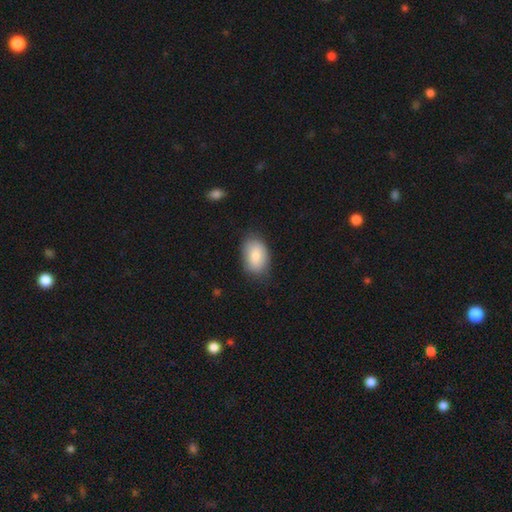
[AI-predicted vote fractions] Overall: smooth (83%). How rounded: in between (88%). Merging: none (78%).